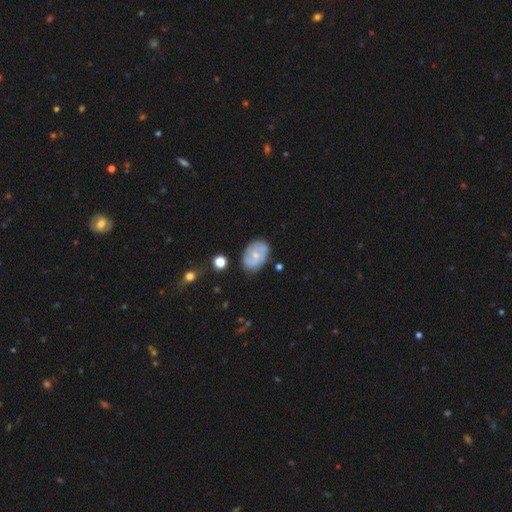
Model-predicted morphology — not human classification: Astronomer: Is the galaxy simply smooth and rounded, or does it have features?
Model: featured or disk — 61%.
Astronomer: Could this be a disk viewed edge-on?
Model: no — 97%.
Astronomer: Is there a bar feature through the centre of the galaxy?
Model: no — 66%.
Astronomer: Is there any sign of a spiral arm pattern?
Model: yes — 79%.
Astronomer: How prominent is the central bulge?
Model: small — 61%.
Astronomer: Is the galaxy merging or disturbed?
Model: none — 70%.